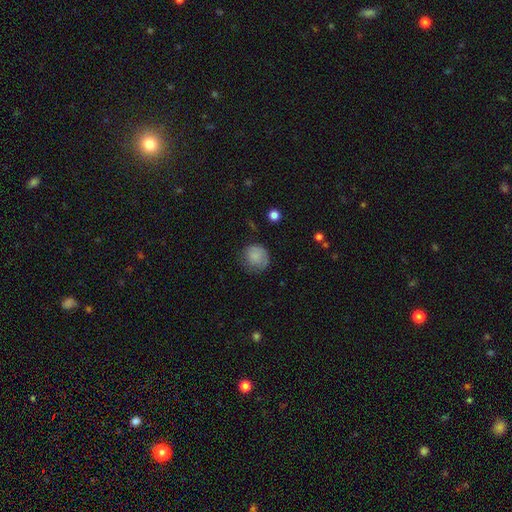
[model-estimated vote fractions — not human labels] Morphology: type=smooth (80%); roundness=round (84%); merging=none (61%).